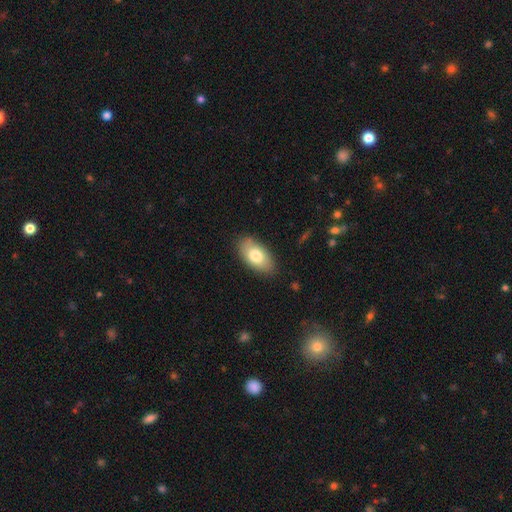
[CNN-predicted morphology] Overall: smooth (77%). How rounded: in between (93%). Merging: none (84%).